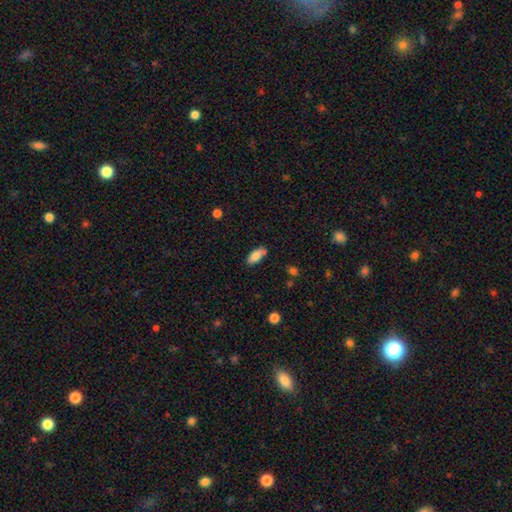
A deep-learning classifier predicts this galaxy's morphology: type=smooth (82%); roundness=in between (87%); merging=none (75%).